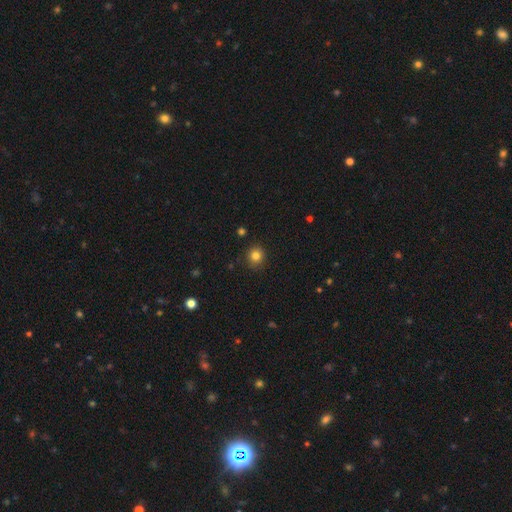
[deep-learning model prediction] Morphology: type=smooth (82%); roundness=round (89%); merging=none (89%).